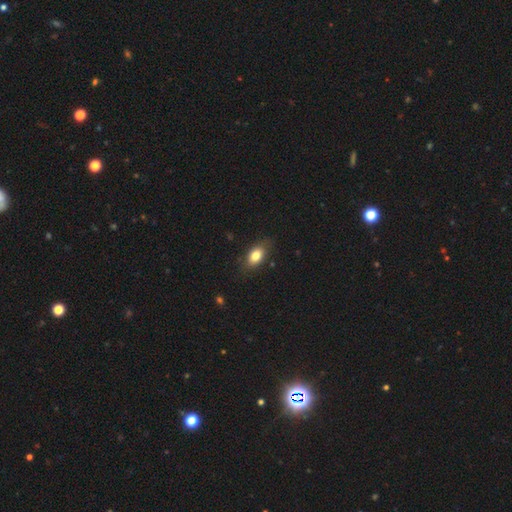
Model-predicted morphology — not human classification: Overall: smooth (82%). How rounded: in between (86%). Merging: none (81%).